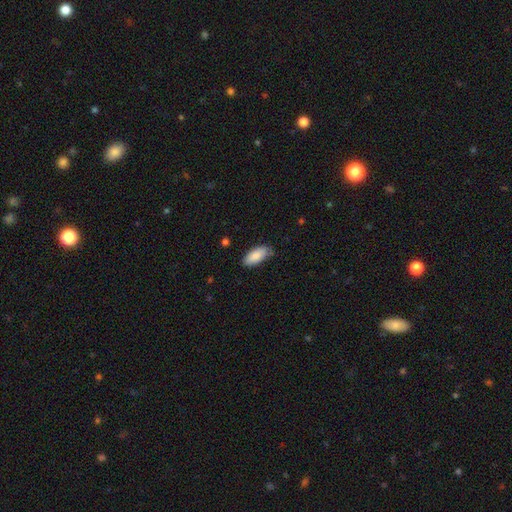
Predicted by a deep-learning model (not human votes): This appears to be a smooth galaxy with no disk features (87%) that is in between round and cigar-shaped (89%). Merging: none (76%).